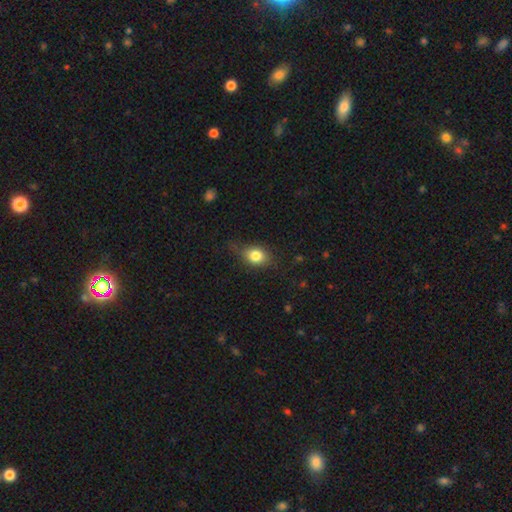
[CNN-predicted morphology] Overall: smooth (80%). How rounded: in between (61%; round 36%). Merging: none (68%).